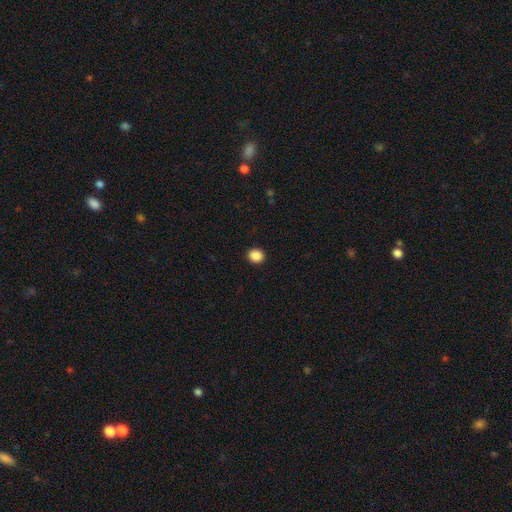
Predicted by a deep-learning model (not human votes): A smooth galaxy with no disk features (88%) that is round (77%). Merging: none (93%).